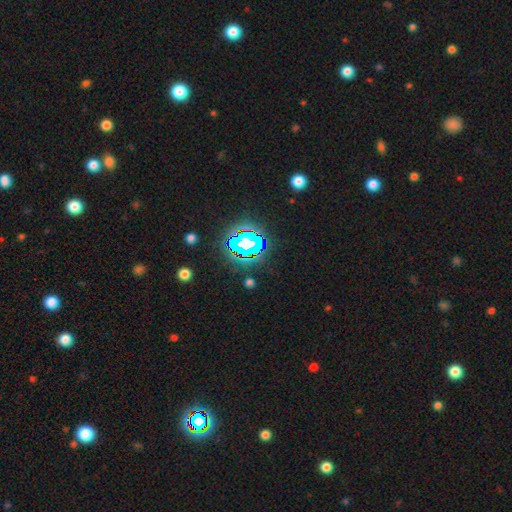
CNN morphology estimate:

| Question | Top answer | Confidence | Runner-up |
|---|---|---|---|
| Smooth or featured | star or artifact | 82% | smooth (11%) |